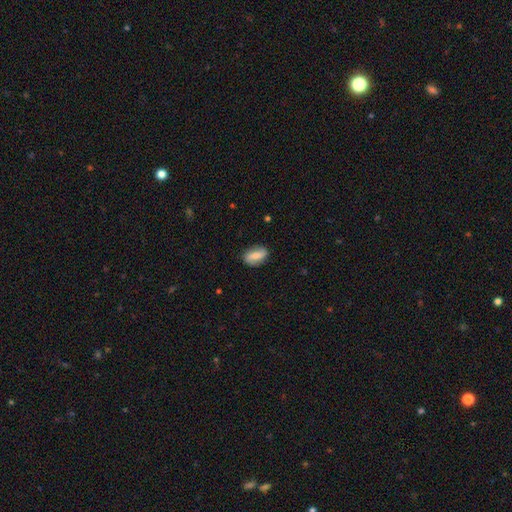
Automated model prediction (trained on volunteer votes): Smooth or featured?
  - smooth: 62% *
  - featured or disk: 30%
  - star or artifact: 7%
How rounded?
  - in between: 85% *
  - round: 9%
  - cigar-shaped: 6%
Merging?
  - none: 83% *
  - minor disturbance: 13%
  - major disturbance: 3%
  - merger: 1%